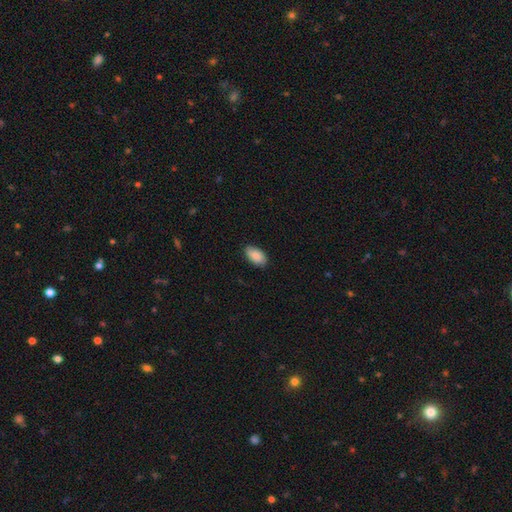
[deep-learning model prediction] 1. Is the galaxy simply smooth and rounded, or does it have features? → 86% smooth, 8% featured or disk, 6% star or artifact.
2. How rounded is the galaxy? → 95% in between, 3% round, 2% cigar-shaped.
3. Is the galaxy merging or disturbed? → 85% none, 12% minor disturbance, 2% major disturbance, 1% merger.